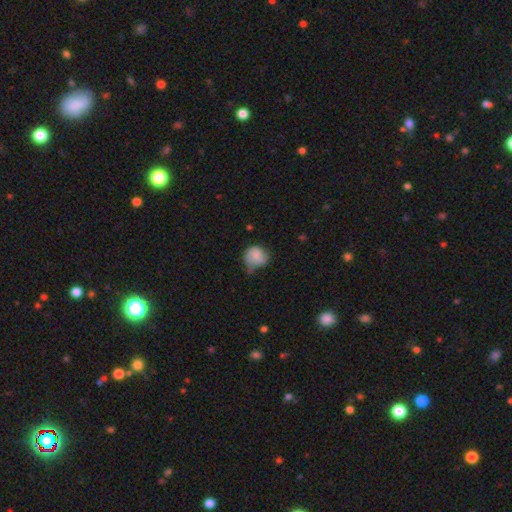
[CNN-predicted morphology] Smooth or featured: smooth — 67% (featured or disk — 25%)
How rounded: round — 70% (in between — 29%)
Merging: minor disturbance — 41% (none — 32%)